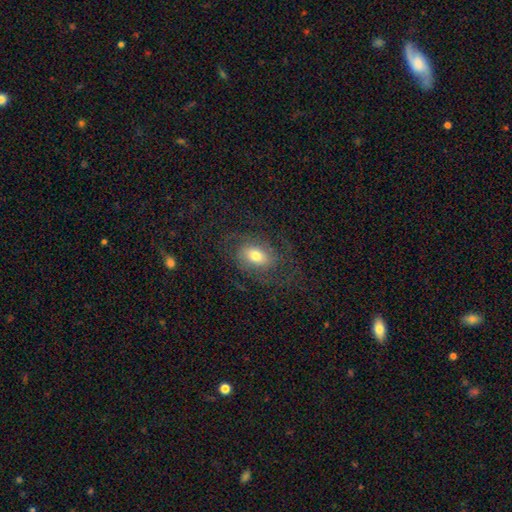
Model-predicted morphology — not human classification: Overall: featured or disk (52%; smooth 37%). Edge-on disk: no (95%). Merging: none (64%).